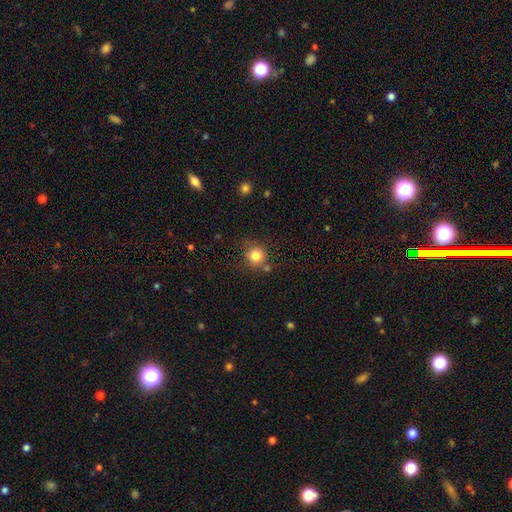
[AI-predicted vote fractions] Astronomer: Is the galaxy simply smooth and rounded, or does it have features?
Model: smooth — 82%.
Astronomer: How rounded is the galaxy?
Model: round — 92%.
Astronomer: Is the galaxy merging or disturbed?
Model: none — 74%.